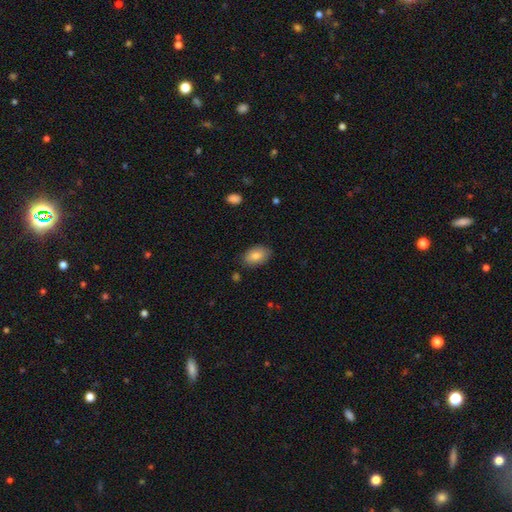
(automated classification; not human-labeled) Smooth or featured? smooth (83%)
How rounded? in between (91%)
Merging? none (83%)